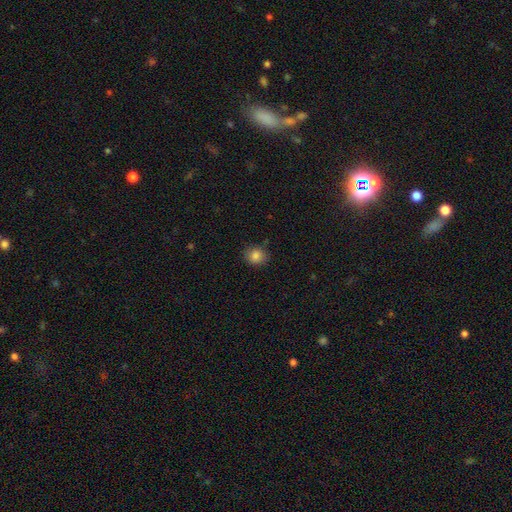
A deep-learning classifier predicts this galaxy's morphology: This is clearly a smooth galaxy (84%). How rounded: likely round (74%). Merging: clearly none (83%).